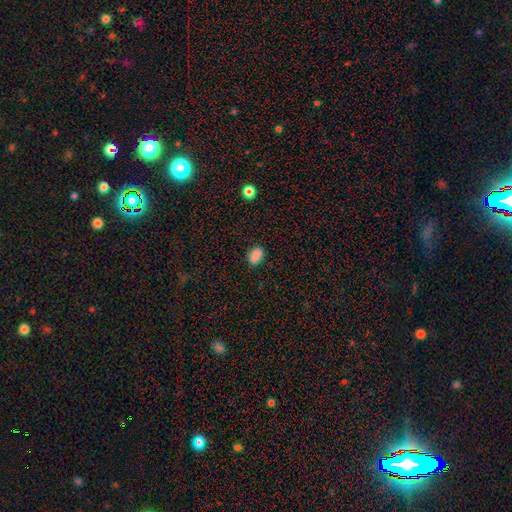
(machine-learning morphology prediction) A smooth galaxy with no disk features (87%) that is in between round and cigar-shaped (82%). Merging: none (85%).